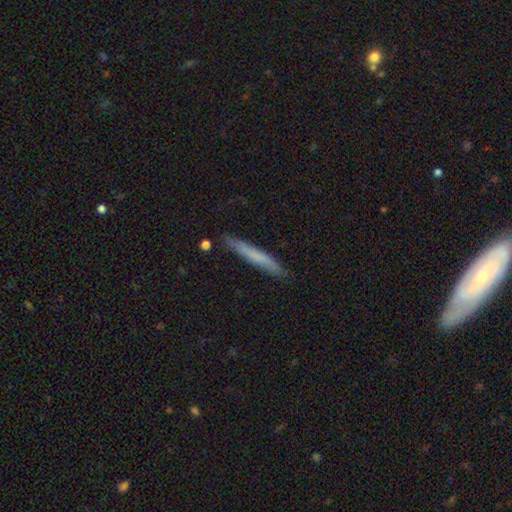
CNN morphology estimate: A smooth galaxy with no disk features (66%) that is cigar-shaped (96%). Merging: none (86%).